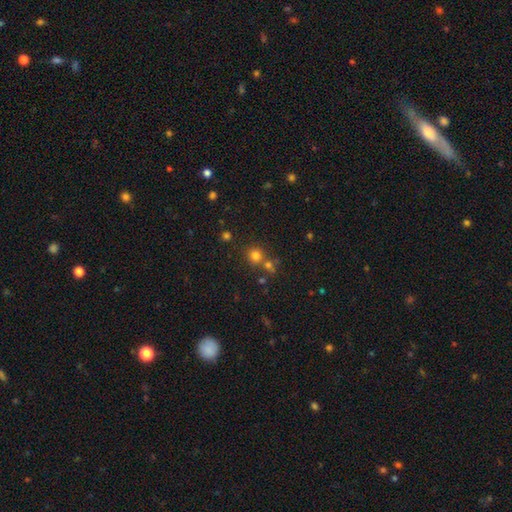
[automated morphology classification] Overall: smooth (75%). How rounded: round (90%). Merging: none (68%).